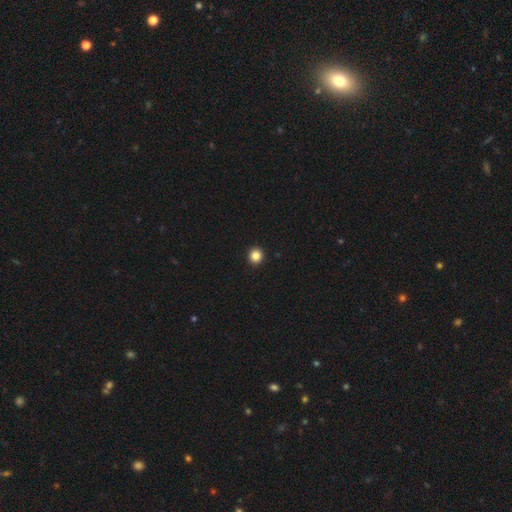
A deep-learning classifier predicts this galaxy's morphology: This is clearly a smooth galaxy (85%). How rounded: clearly round (94%). Merging: clearly none (94%).